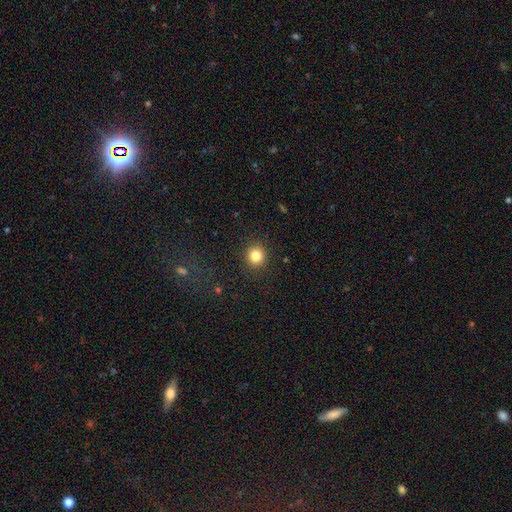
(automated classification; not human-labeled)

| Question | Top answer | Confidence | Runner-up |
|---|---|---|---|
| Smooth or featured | smooth | 83% | star or artifact (12%) |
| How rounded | round | 90% | in between (9%) |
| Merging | none | 90% | minor disturbance (6%) |